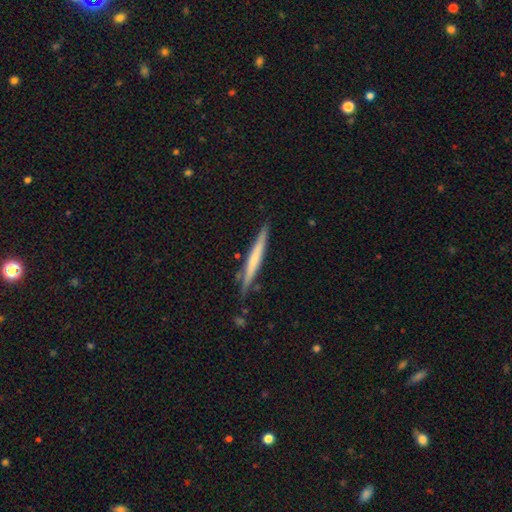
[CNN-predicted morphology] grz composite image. It shows a smooth galaxy with no disk features (49%). Merging: none (86%).